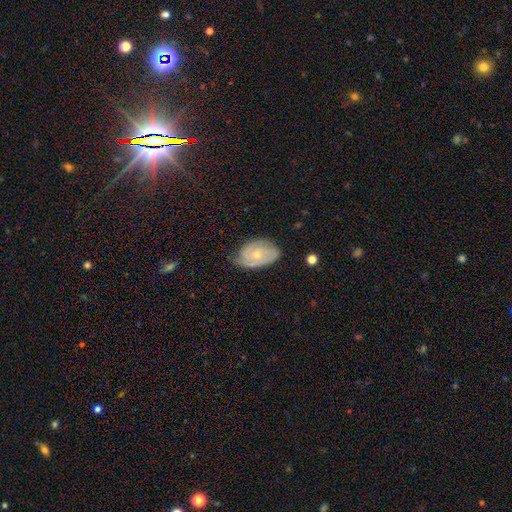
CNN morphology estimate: The model was most divided on "spiral arm count": 2: 42%, can't tell: 34%, 3: 14%, 1: 5%, 4: 3%, more than 4: 3%. More confident: edge-on disk — no (96%); spiral arms — yes (87%); bar — no (75%); bulge size — small (72%); merging — none (67%); smooth or featured — featured or disk (63%); spiral winding — tight (59%).